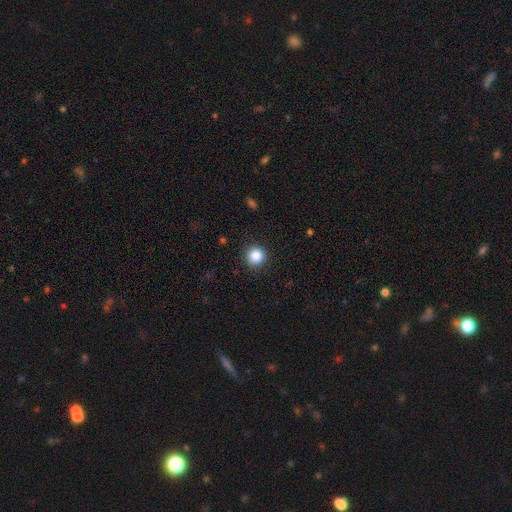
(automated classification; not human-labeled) A smooth galaxy with no disk features (87%) that is round (94%).

Vote fractions:
- Smooth or featured? smooth: 87% / star or artifact: 10% / featured or disk: 3%
- How rounded? round: 94% / in between: 5% / cigar-shaped: 1%
- Merging? none: 90% / minor disturbance: 7% / major disturbance: 2% / merger: 1%